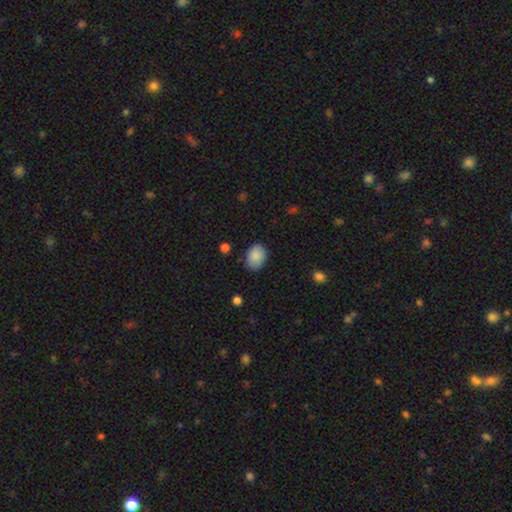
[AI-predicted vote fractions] This appears to be a smooth galaxy with no disk features (87%) that is in between round and cigar-shaped (77%). Merging: none (80%).